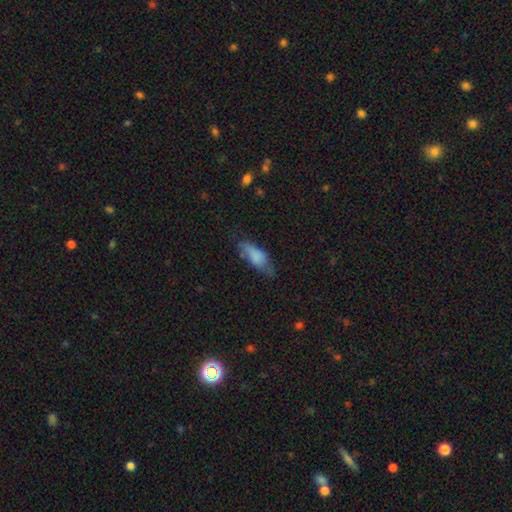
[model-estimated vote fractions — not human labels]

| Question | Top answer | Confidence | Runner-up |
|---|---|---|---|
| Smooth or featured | smooth | 78% | featured or disk (14%) |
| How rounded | in between | 70% | cigar-shaped (27%) |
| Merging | none | 52% | minor disturbance (33%) |